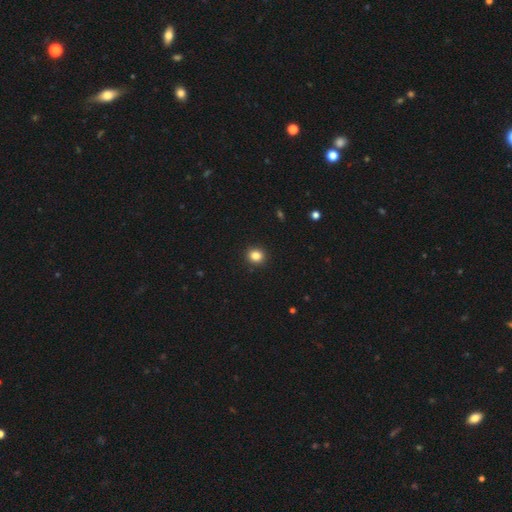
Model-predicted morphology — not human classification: This appears to be a smooth galaxy with no disk features (85%) that is round (84%). Merging: none (92%).